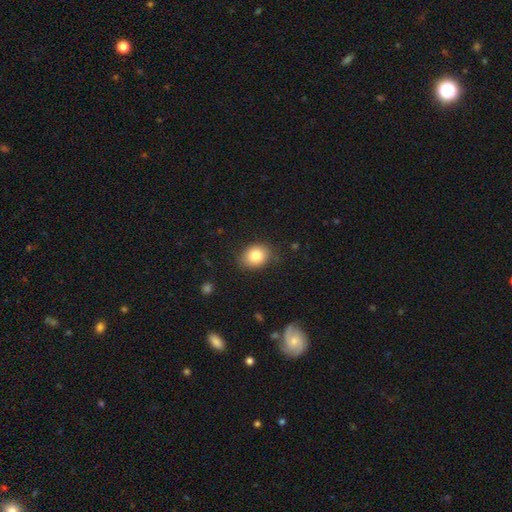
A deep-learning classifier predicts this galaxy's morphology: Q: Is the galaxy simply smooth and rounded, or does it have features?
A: smooth — 83%.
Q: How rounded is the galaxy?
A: in between — 54%.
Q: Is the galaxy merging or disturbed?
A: none — 82%.